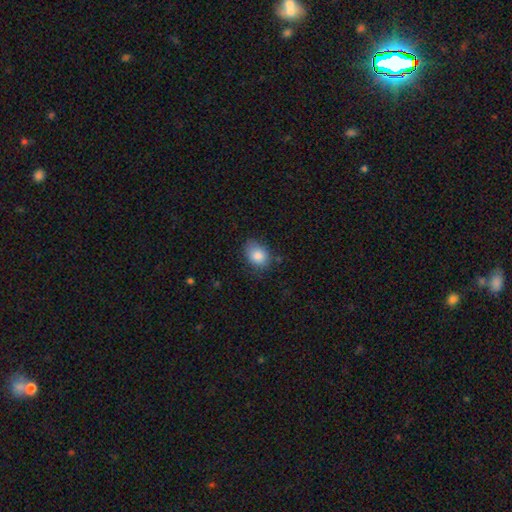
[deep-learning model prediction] Smooth or featured?
  - smooth: 84% *
  - star or artifact: 9%
  - featured or disk: 7%
How rounded?
  - in between: 63% *
  - round: 36%
  - cigar-shaped: 1%
Merging?
  - none: 72% *
  - minor disturbance: 22%
  - major disturbance: 5%
  - merger: 2%